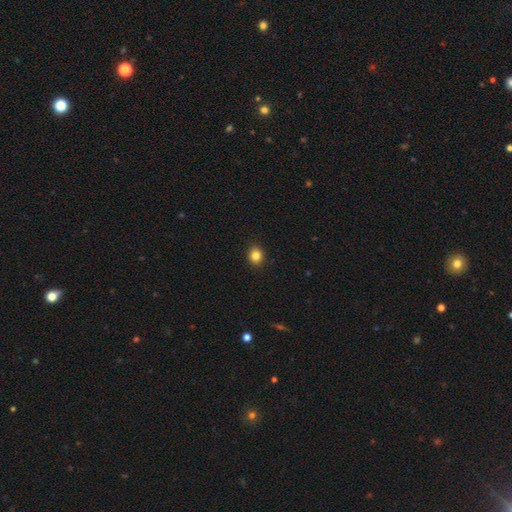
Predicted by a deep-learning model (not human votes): Q: Smooth or featured?
A: smooth (84%); runner-up: star or artifact (11%)
Q: How rounded?
A: round (74%); runner-up: in between (25%)
Q: Merging?
A: none (91%); runner-up: minor disturbance (7%)